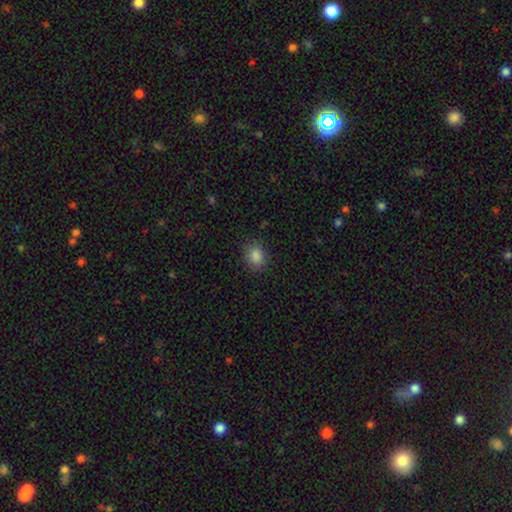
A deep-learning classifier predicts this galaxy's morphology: A smooth galaxy with no disk features (87%) that is round (50%). Merging: none (83%).